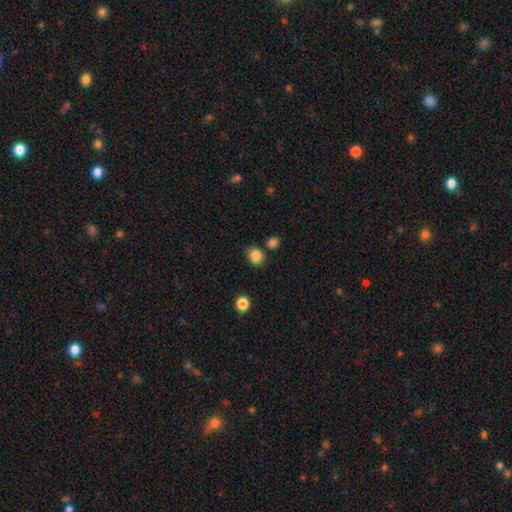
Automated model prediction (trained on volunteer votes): The model was most divided on "how rounded": round: 56%, in between: 43%, cigar-shaped: 1%. More confident: smooth or featured — smooth (85%); merging — none (71%).